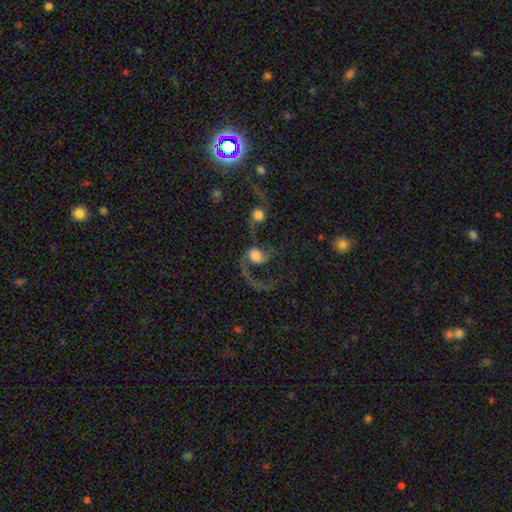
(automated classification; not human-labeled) The model was most divided on "bulge size": large: 40%, moderate: 38%, small: 9%, dominant: 8%, none: 5%. Remaining: edge-on disk — no (97%); spiral arms — yes (79%); bar — no (72%); smooth or featured — featured or disk (60%); merging — merger (46%).